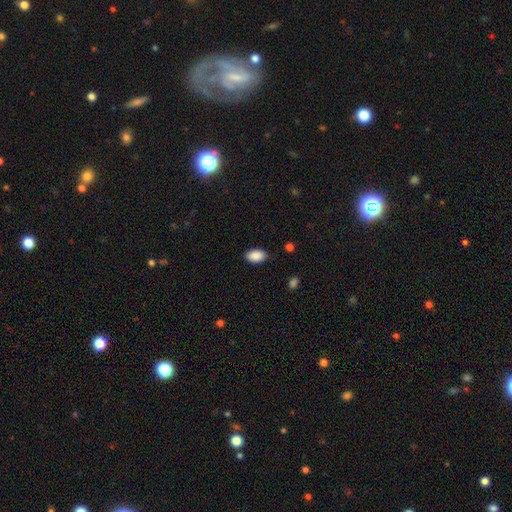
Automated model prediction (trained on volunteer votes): Morphology: type=smooth (90%); roundness=in between (93%); merging=none (86%).